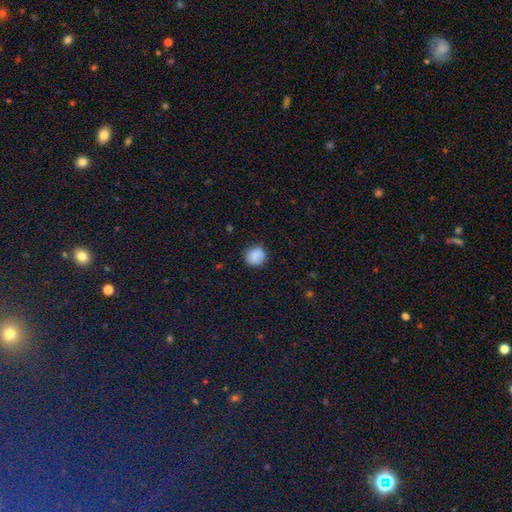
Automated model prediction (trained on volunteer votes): The model was most divided on "how rounded": round: 82%, in between: 17%, cigar-shaped: 1%. More confident: smooth or featured — smooth (87%); merging — none (83%).